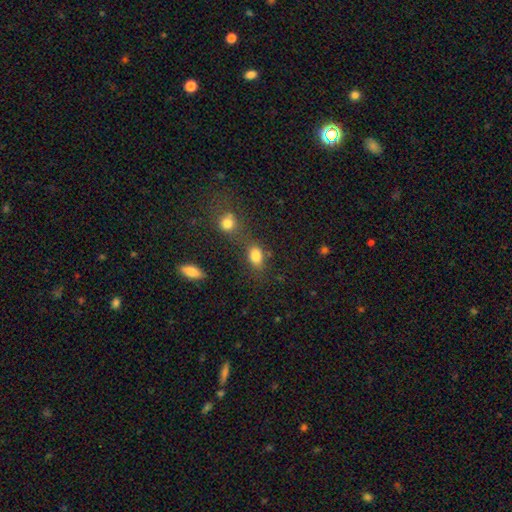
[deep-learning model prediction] smooth-or-featured: smooth: 82% | star or artifact: 11% | featured or disk: 7%
  how-rounded: in between: 78% | round: 20% | cigar-shaped: 2%
  merging: none: 57% | merger: 22% | minor disturbance: 14% | major disturbance: 7%